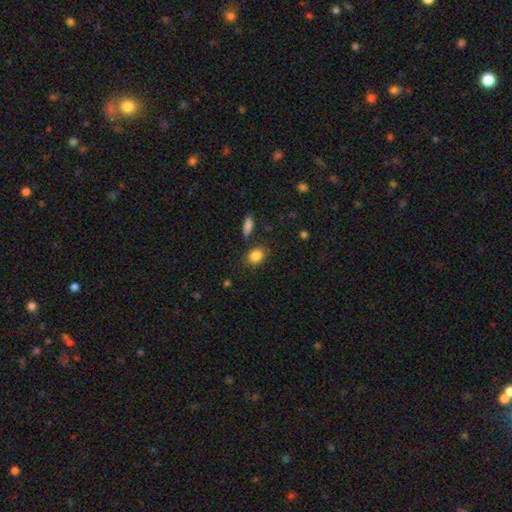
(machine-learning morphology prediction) Overall: smooth (86%). How rounded: in between (57%; round 42%). Merging: none (81%).